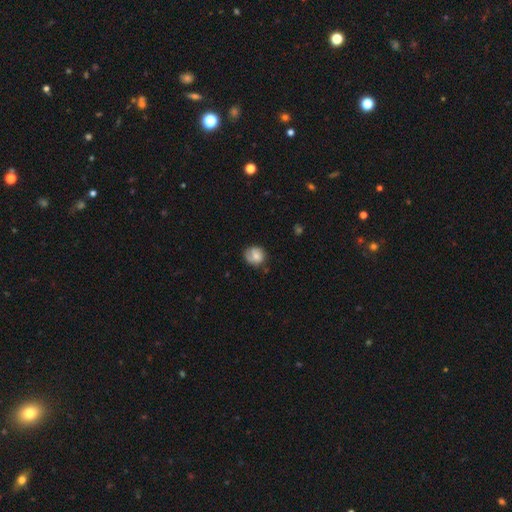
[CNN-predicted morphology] Smooth or featured?
  - smooth: 60% *
  - featured or disk: 32%
  - star or artifact: 8%
How rounded?
  - round: 72% *
  - in between: 27%
  - cigar-shaped: 1%
Merging?
  - none: 58% *
  - minor disturbance: 28%
  - major disturbance: 12%
  - merger: 3%